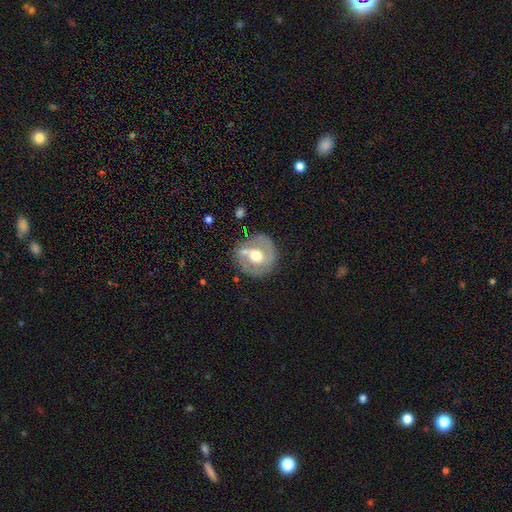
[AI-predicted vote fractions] Smooth or featured?
  - featured or disk: 63% *
  - smooth: 30%
  - star or artifact: 6%
Edge-on disk?
  - no: 96% *
  - yes: 4%
Bar?
  - no: 49% *
  - weak: 34%
  - strong: 17%
Spiral arms?
  - yes: 55% *
  - no: 45%
Bulge size?
  - moderate: 73% *
  - large: 16%
  - small: 9%
  - dominant: 1%
  - none: 1%
Merging?
  - none: 74% *
  - minor disturbance: 16%
  - major disturbance: 6%
  - merger: 4%